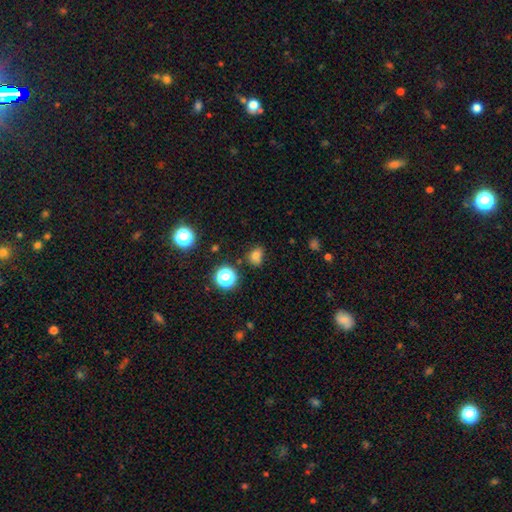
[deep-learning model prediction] smooth_or_featured: smooth (p=0.72) [alt: star or artifact p=0.20]
how_rounded: round (p=0.54) [alt: in between p=0.45]
merging: none (p=0.66) [alt: minor disturbance p=0.19]